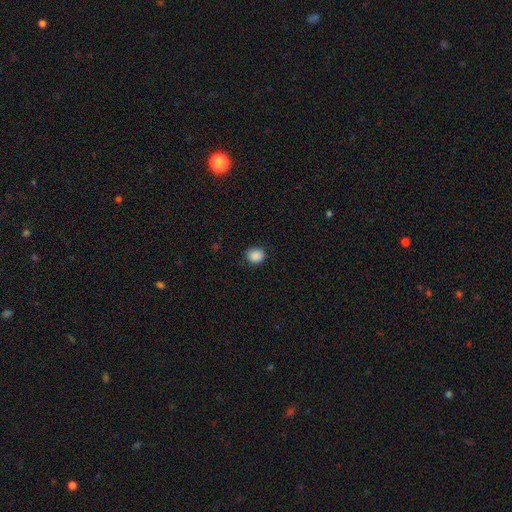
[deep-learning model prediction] smooth-or-featured: smooth: 88% | star or artifact: 9% | featured or disk: 2%
  how-rounded: round: 71% | in between: 28% | cigar-shaped: 1%
  merging: none: 86% | minor disturbance: 11% | major disturbance: 3% | merger: 1%